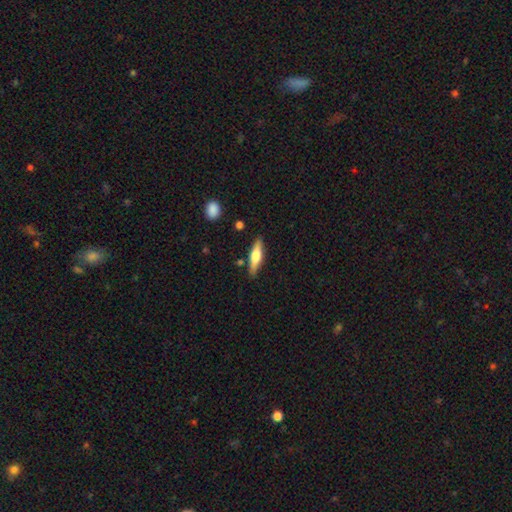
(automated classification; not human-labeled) The model was most divided on "smooth or featured": smooth: 48%, featured or disk: 46%, star or artifact: 6%. More confident: merging — none (85%).